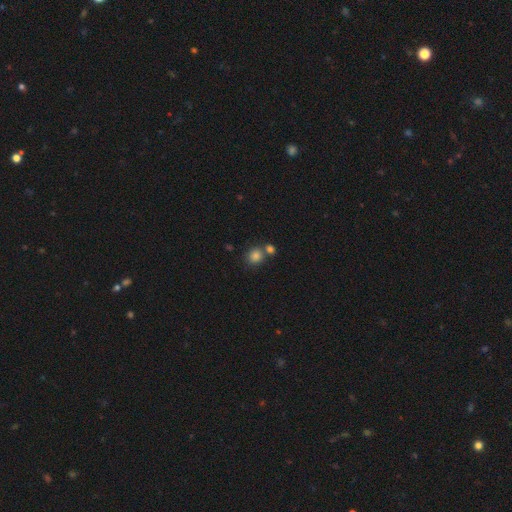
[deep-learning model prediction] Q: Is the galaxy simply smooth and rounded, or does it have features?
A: smooth — 84%.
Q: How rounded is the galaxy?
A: round — 79%.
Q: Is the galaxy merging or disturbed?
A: none — 59%.